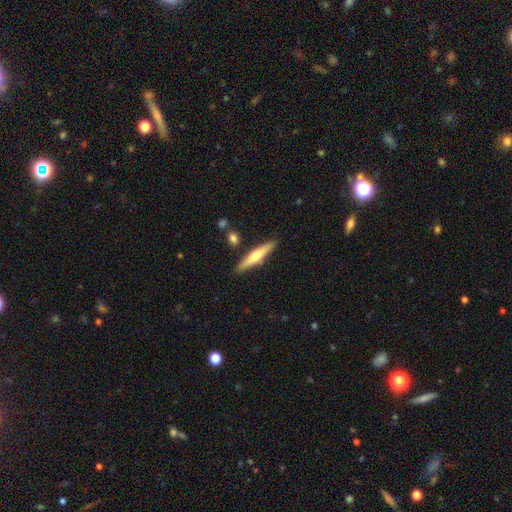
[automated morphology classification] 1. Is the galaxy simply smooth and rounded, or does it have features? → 50% featured or disk, 44% smooth, 6% star or artifact.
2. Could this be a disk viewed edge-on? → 94% yes, 6% no.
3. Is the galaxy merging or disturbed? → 87% none, 8% minor disturbance, 3% merger, 2% major disturbance.